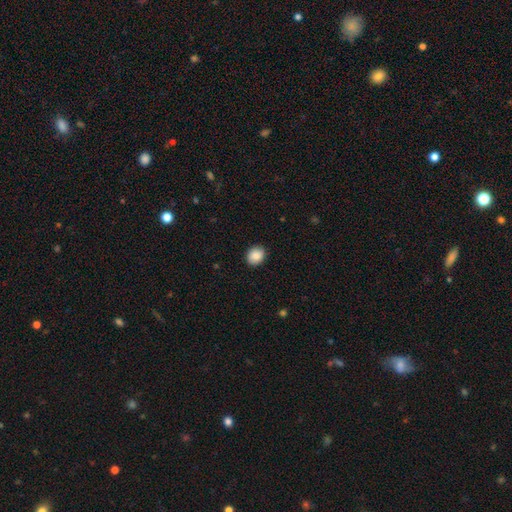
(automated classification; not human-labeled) This is clearly a smooth galaxy (88%). How rounded: possibly round (59%). Merging: clearly none (89%).